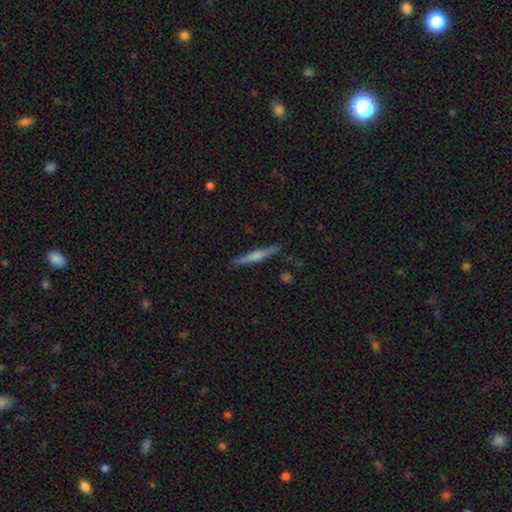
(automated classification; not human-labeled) Smooth or featured: featured or disk — 55% (smooth — 39%)
Edge-on disk: yes — 98% (no — 2%)
Edge-on bulge: rounded — 66% (none — 19%)
Merging: none — 89% (minor disturbance — 8%)